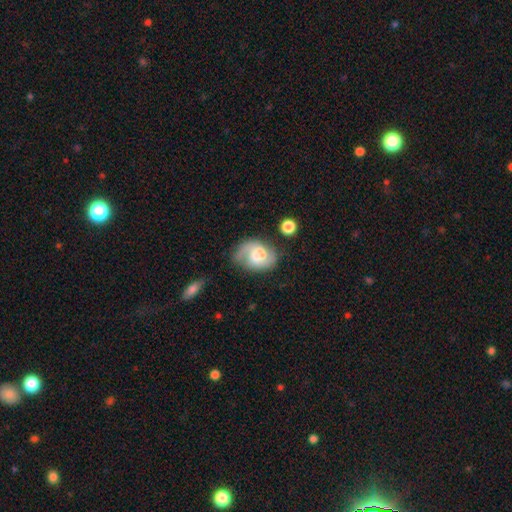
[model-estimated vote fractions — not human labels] smooth_or_featured: featured or disk (p=0.72) [alt: smooth p=0.21]
disk_edge_on: no (p=0.97) [alt: yes p=0.03]
bar: weak (p=0.46) [alt: no p=0.44]
has_spiral_arms: yes (p=0.92) [alt: no p=0.08]
spiral_winding: medium (p=0.50) [alt: loose p=0.26]
spiral_arm_count: 2 (p=0.83) [alt: can't tell p=0.07]
bulge_size: moderate (p=0.47) [alt: large p=0.22]
merging: none (p=0.65) [alt: minor disturbance p=0.21]